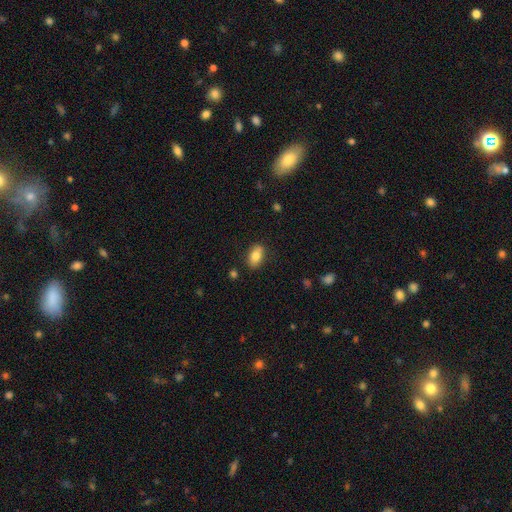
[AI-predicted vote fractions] Smooth or featured?
  - smooth: 81% *
  - featured or disk: 12%
  - star or artifact: 8%
How rounded?
  - in between: 88% *
  - round: 8%
  - cigar-shaped: 4%
Merging?
  - none: 82% *
  - minor disturbance: 12%
  - major disturbance: 3%
  - merger: 2%